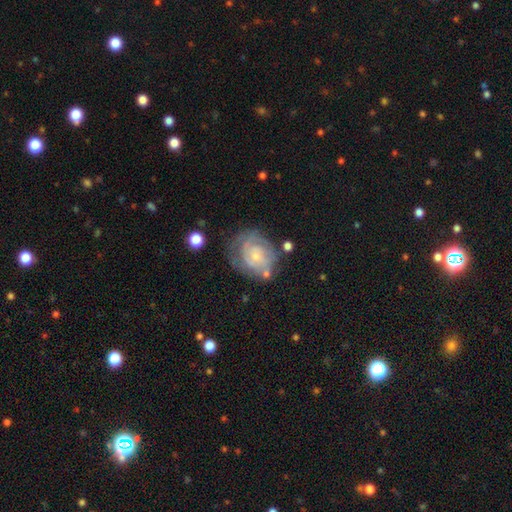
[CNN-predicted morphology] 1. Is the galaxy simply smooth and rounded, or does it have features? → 67% featured or disk, 26% smooth, 7% star or artifact.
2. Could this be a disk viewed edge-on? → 97% no, 3% yes.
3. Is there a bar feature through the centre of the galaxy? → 73% no, 23% weak, 3% strong.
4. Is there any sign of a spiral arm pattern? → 81% yes, 19% no.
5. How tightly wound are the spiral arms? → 59% tight, 30% medium, 11% loose.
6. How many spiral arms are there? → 47% can't tell, 27% 2, 12% 3, 6% 1, 4% 4, 3% more than 4.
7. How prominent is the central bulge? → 66% small, 23% moderate, 7% none, 2% large, 1% dominant.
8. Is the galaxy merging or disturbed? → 56% none, 24% minor disturbance, 14% major disturbance, 6% merger.